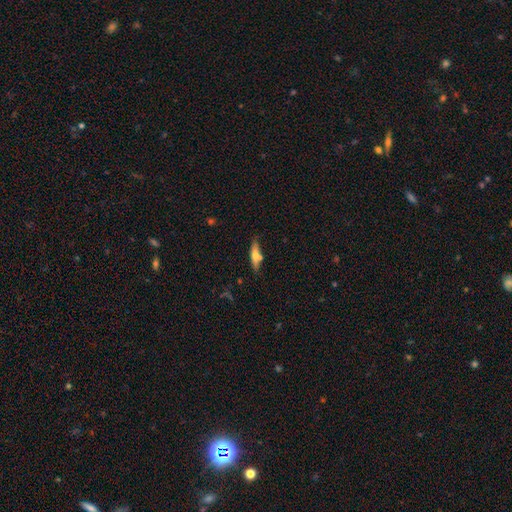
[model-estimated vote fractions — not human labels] This is possibly a smooth galaxy (56%). How rounded: likely cigar-shaped (70%). Merging: likely none (71%).